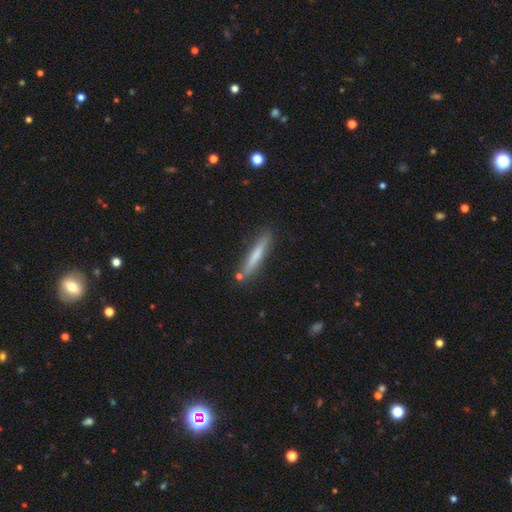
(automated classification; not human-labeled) Smooth or featured: smooth — 66% (featured or disk — 28%)
How rounded: cigar-shaped — 94% (in between — 5%)
Merging: none — 84% (minor disturbance — 10%)